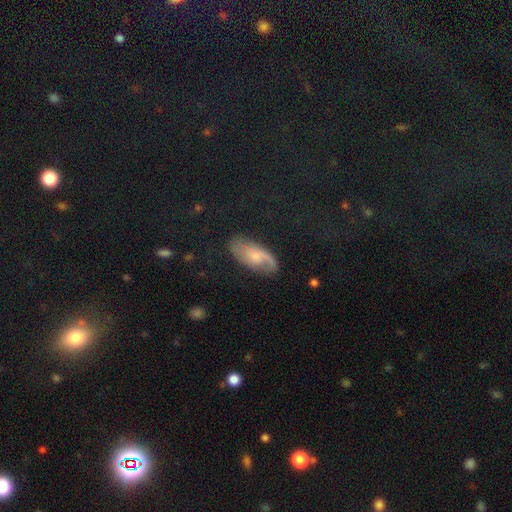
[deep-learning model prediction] Overall: featured or disk (53%; smooth 37%). Edge-on disk: no (92%). Merging: none (67%).